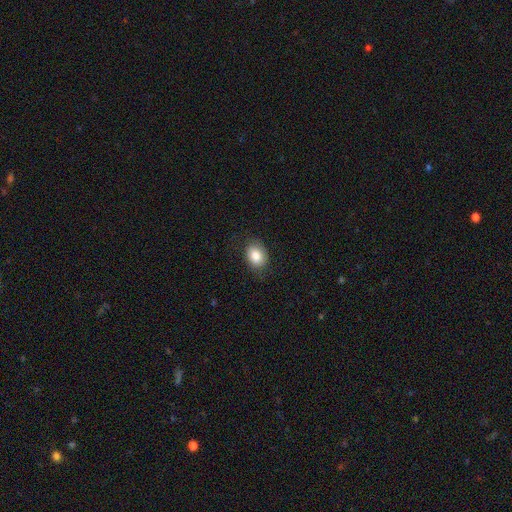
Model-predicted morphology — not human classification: Smooth or featured? Predicted: smooth (p=0.84). How rounded? Predicted: in between (p=0.70). Merging? Predicted: none (p=0.79).